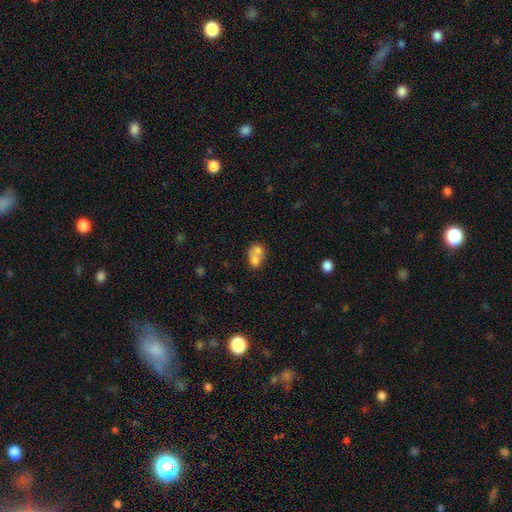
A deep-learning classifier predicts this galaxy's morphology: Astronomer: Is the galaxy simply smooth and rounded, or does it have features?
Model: smooth — 68%.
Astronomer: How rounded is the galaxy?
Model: round — 55% (runner-up: in between, 44%).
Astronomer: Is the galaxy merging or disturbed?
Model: merger — 72%.